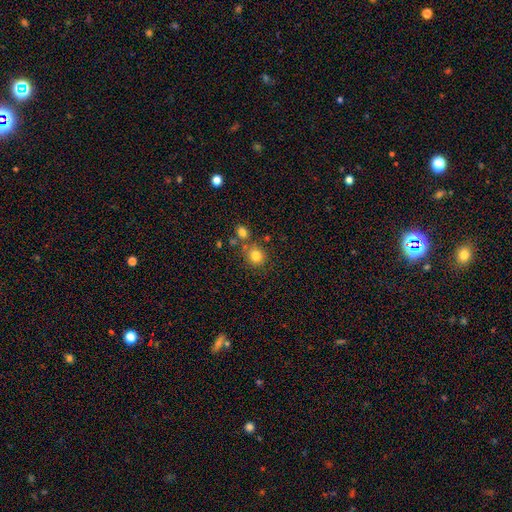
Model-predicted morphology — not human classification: smooth 81%, star or artifact 12%, featured or disk 7%. Down the decision tree: how rounded — round (82%); merging — none (69%).